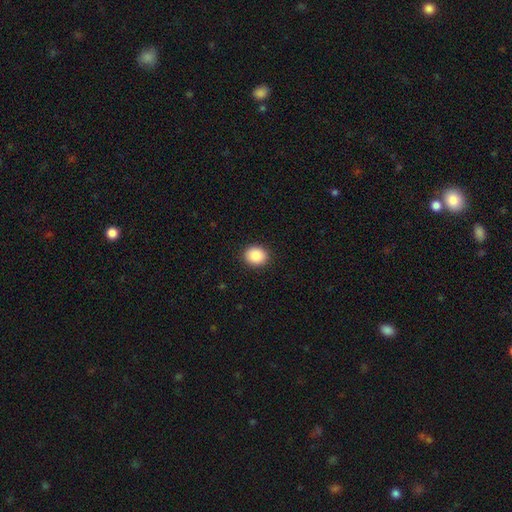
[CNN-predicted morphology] Q: Smooth or featured?
A: smooth (88%); runner-up: star or artifact (8%)
Q: How rounded?
A: round (70%); runner-up: in between (29%)
Q: Merging?
A: none (91%); runner-up: minor disturbance (6%)